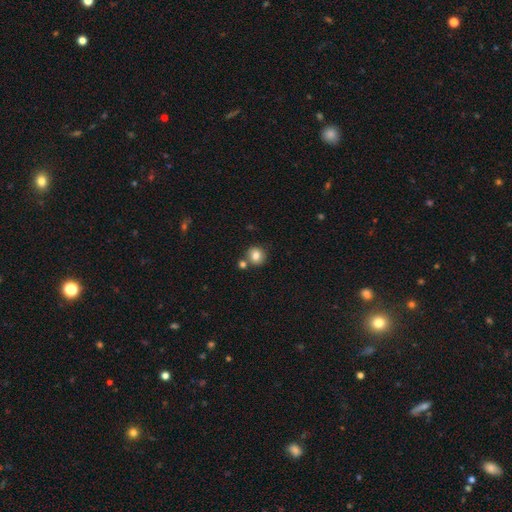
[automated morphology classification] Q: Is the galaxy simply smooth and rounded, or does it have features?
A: smooth — 81%.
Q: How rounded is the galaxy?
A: round — 86%.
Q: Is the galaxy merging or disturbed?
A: none — 71%.